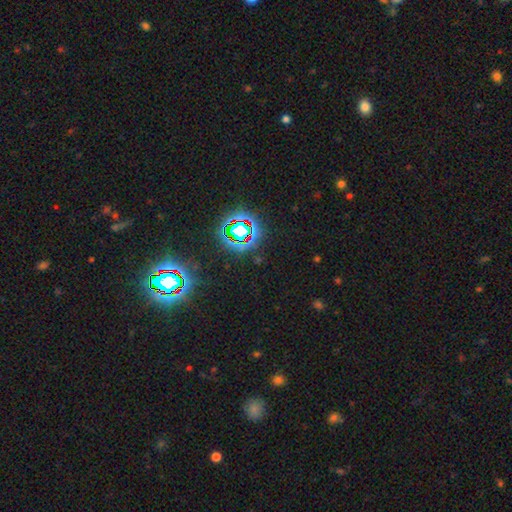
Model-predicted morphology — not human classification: Smooth or featured? star or artifact (80%)